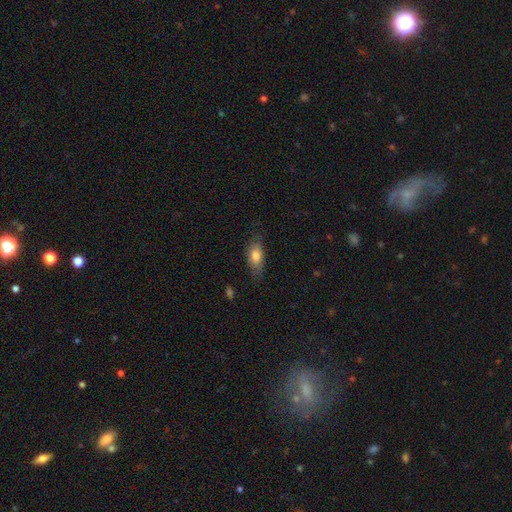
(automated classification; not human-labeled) smooth 76%, featured or disk 17%, star or artifact 7%. Down the decision tree: how rounded — in between (82%); merging — none (74%).